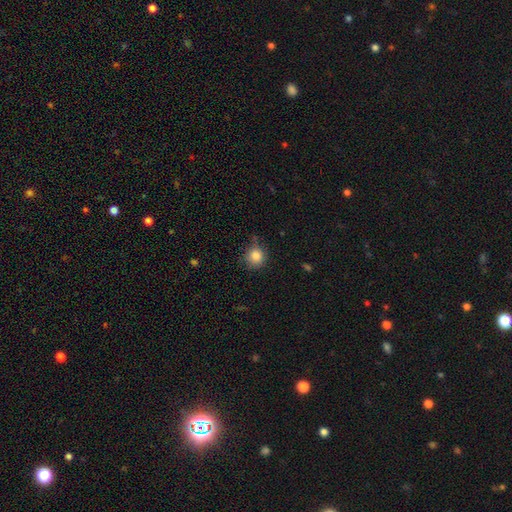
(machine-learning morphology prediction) Smooth or featured?
  - smooth: 85% *
  - star or artifact: 10%
  - featured or disk: 5%
How rounded?
  - round: 90% *
  - in between: 9%
  - cigar-shaped: 1%
Merging?
  - none: 75% *
  - minor disturbance: 18%
  - major disturbance: 4%
  - merger: 3%